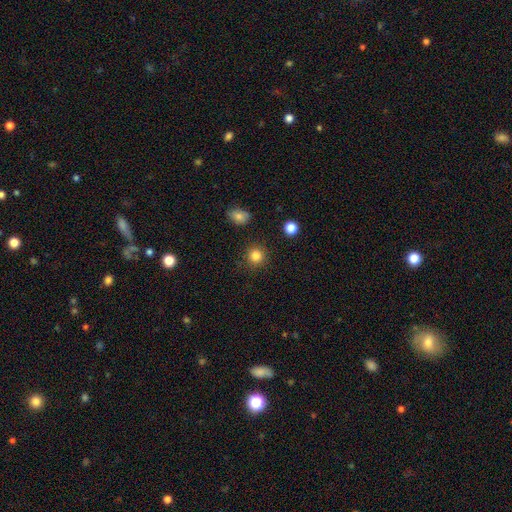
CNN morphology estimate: The model was most divided on "smooth or featured": smooth: 84%, star or artifact: 12%, featured or disk: 5%. More confident: how rounded — round (92%); merging — none (90%).